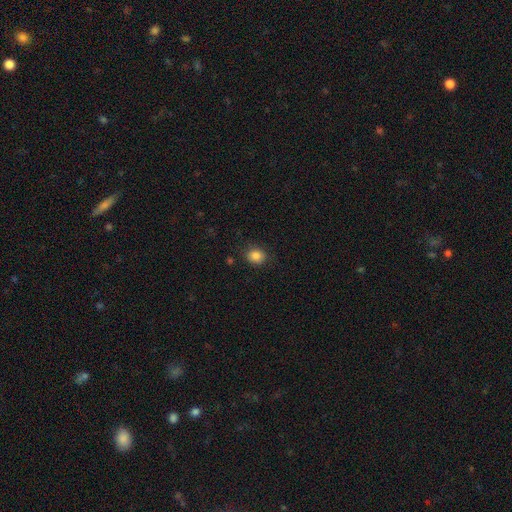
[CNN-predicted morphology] Q: Smooth or featured?
A: smooth (84%); runner-up: star or artifact (11%)
Q: How rounded?
A: round (64%); runner-up: in between (35%)
Q: Merging?
A: none (85%); runner-up: minor disturbance (11%)